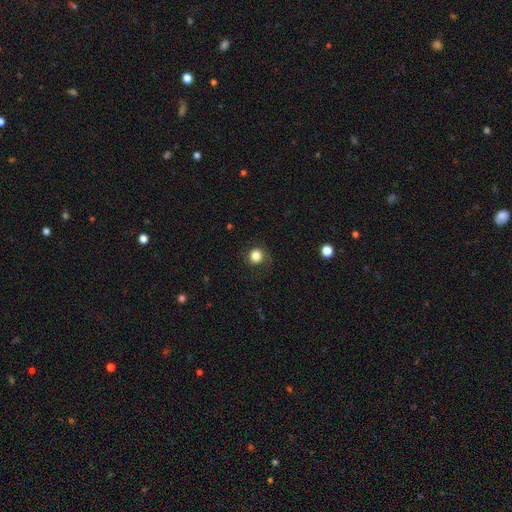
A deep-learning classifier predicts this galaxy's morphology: Smooth or featured? smooth (83%)
How rounded? round (89%)
Merging? none (79%)